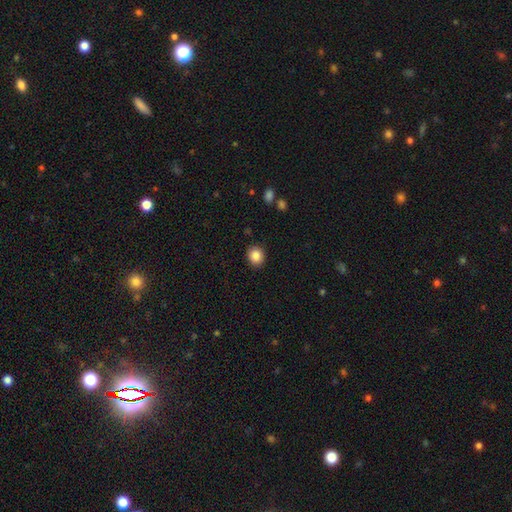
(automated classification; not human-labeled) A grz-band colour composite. It shows a smooth galaxy with no disk features (86%) that is round (68%). Merging: none (89%).